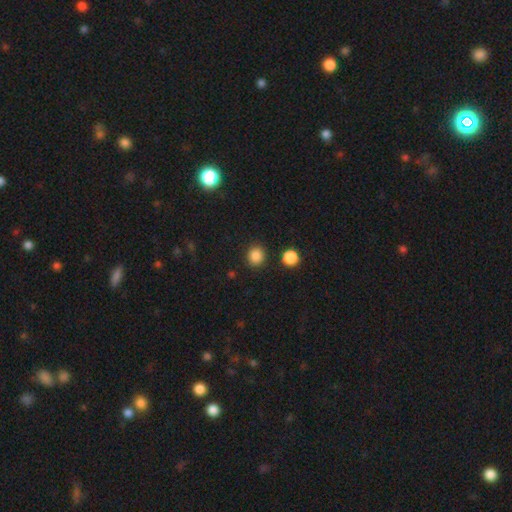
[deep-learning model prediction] The model was most divided on "how rounded": round: 83%, in between: 16%, cigar-shaped: 1%. More confident: merging — none (88%); smooth or featured — smooth (85%).